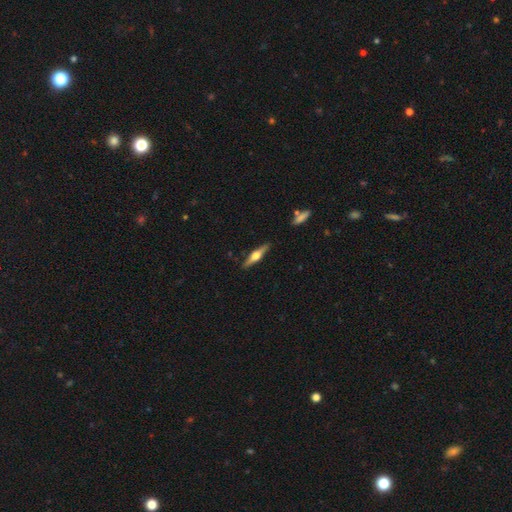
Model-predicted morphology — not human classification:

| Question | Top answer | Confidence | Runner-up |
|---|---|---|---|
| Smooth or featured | featured or disk | 68% | smooth (27%) |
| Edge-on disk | yes | 97% | no (3%) |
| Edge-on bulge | rounded | 93% | boxy (5%) |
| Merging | none | 88% | minor disturbance (9%) |